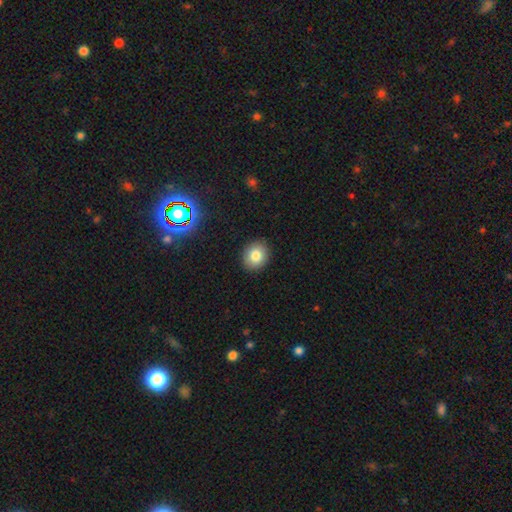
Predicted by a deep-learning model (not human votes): smooth_or_featured: smooth (p=0.81) [alt: star or artifact p=0.11]
how_rounded: round (p=0.69) [alt: in between p=0.30]
merging: none (p=0.90) [alt: minor disturbance p=0.07]